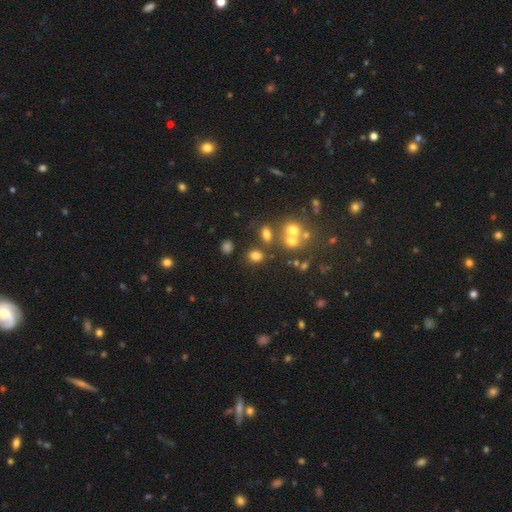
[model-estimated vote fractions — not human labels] Smooth or featured? Predicted: smooth (p=0.74). How rounded? Predicted: in between (p=0.51). Merging? Predicted: none (p=0.69).